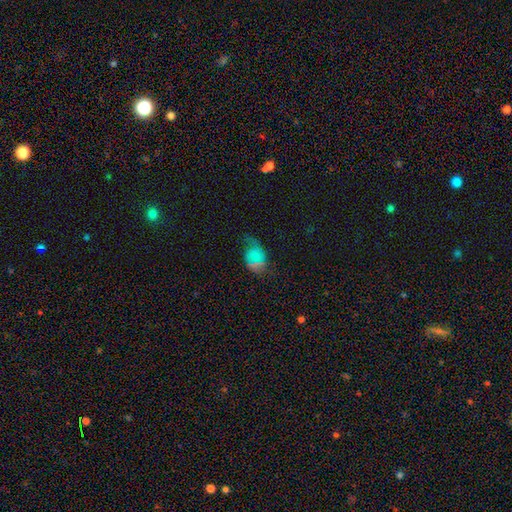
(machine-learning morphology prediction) smooth_or_featured: smooth (p=0.47) [alt: featured or disk p=0.34]
merging: none (p=0.43) [alt: minor disturbance p=0.30]